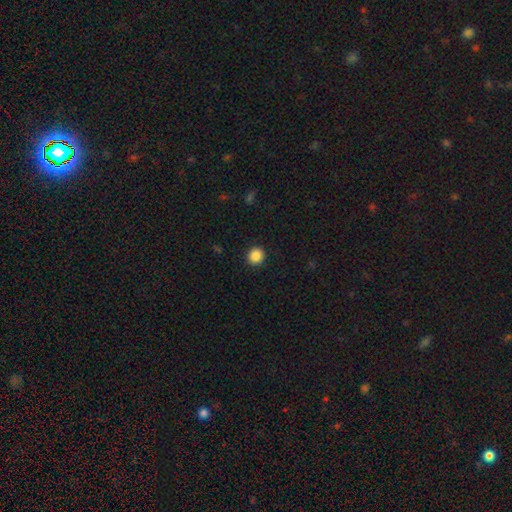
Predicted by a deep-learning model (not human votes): Smooth or featured? smooth (88%)
How rounded? round (89%)
Merging? none (92%)